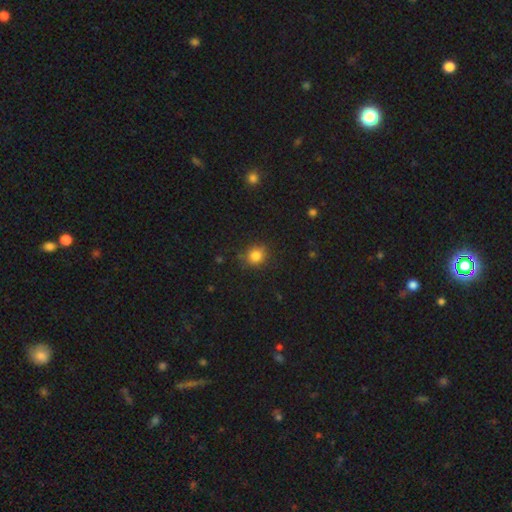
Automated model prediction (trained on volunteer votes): Q: Smooth or featured?
A: smooth (83%); runner-up: star or artifact (12%)
Q: How rounded?
A: round (79%); runner-up: in between (20%)
Q: Merging?
A: none (83%); runner-up: minor disturbance (12%)